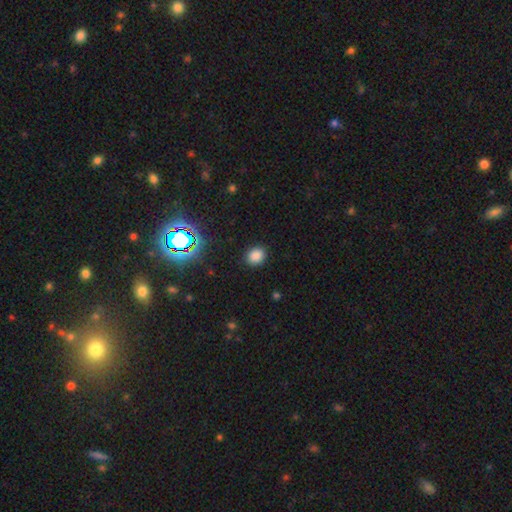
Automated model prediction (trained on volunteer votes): Q: Smooth or featured?
A: smooth (80%); runner-up: star or artifact (16%)
Q: How rounded?
A: round (58%); runner-up: in between (41%)
Q: Merging?
A: none (89%); runner-up: minor disturbance (7%)